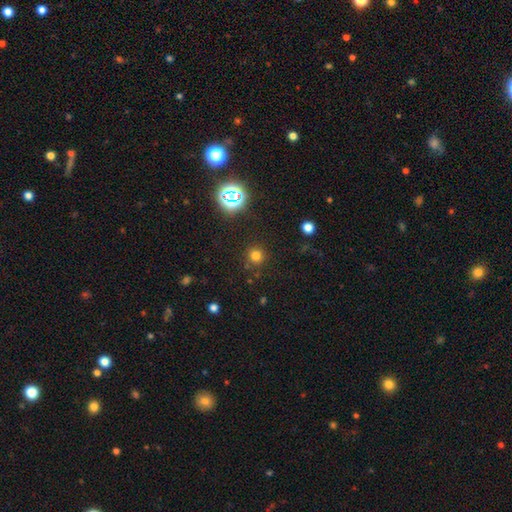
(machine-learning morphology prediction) This is likely a smooth galaxy (72%). How rounded: clearly round (94%). Merging: clearly none (87%).